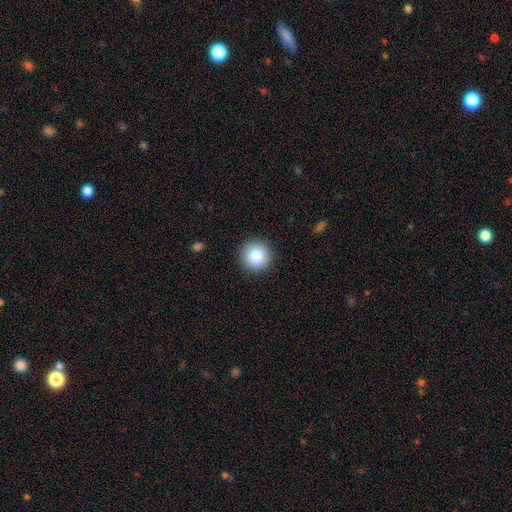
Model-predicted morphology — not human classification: smooth_or_featured: smooth (p=0.85) [alt: star or artifact p=0.08]
how_rounded: round (p=0.96) [alt: in between p=0.04]
merging: none (p=0.91) [alt: minor disturbance p=0.06]